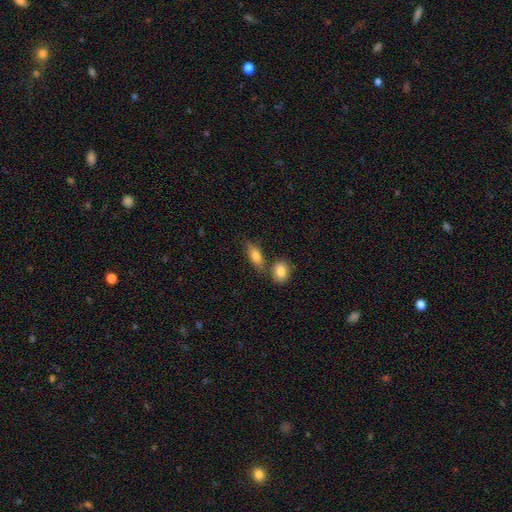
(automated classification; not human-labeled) Morphology: type=smooth (80%); roundness=in between (77%); merging=none (58%).